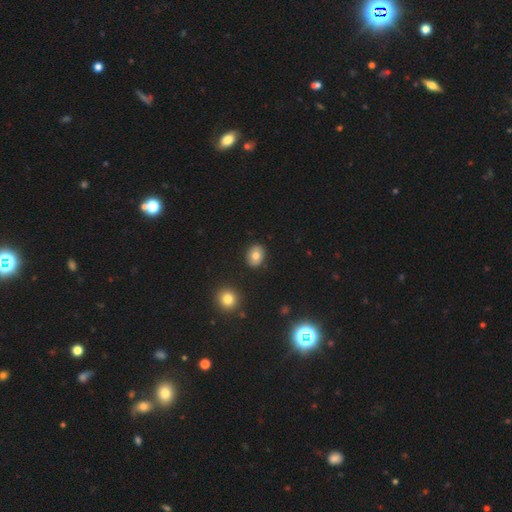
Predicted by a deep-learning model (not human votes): Smooth or featured? Predicted: smooth (p=0.77). How rounded? Predicted: in between (p=0.49, tied with round). Merging? Predicted: none (p=0.89).